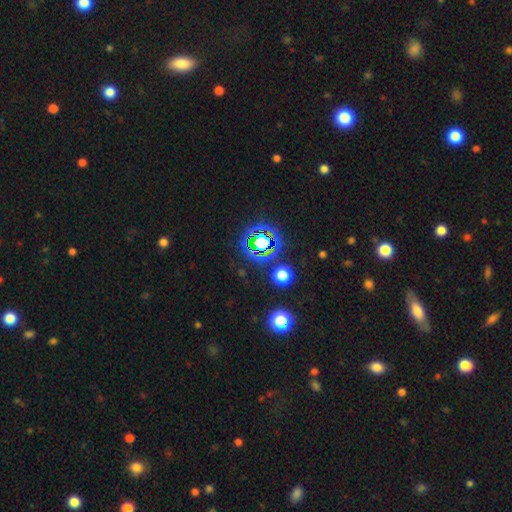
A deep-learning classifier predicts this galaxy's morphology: Smooth or featured? Predicted: star or artifact (p=0.76).